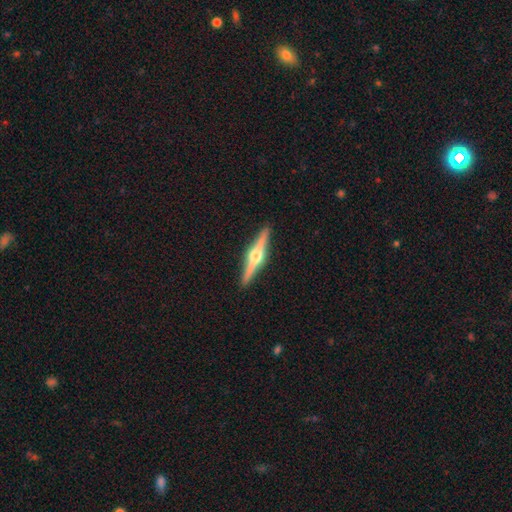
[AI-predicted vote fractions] The model was most divided on "smooth or featured": featured or disk: 83%, smooth: 12%, star or artifact: 5%. More confident: edge-on disk — yes (98%); edge-on bulge — rounded (96%); merging — none (92%).